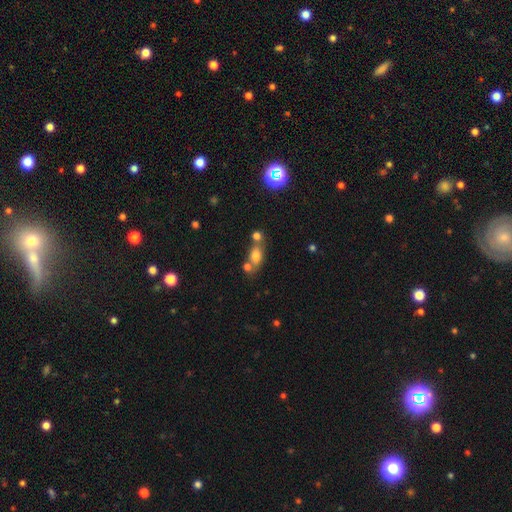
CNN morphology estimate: smooth-or-featured: smooth: 72% | featured or disk: 15% | star or artifact: 12%
  how-rounded: in between: 68% | round: 25% | cigar-shaped: 7%
  merging: none: 48% | merger: 35% | minor disturbance: 12% | major disturbance: 5%